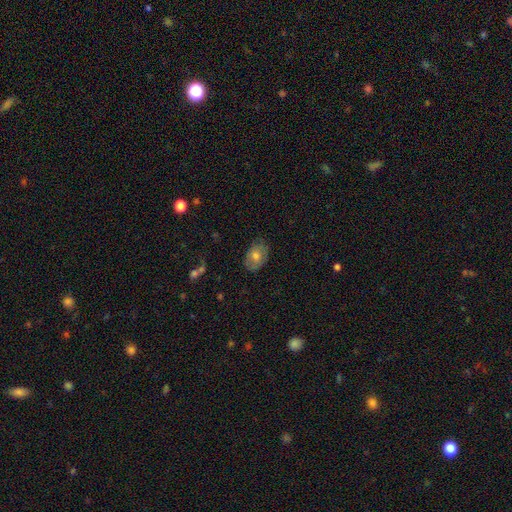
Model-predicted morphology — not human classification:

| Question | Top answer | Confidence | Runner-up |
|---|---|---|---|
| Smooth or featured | smooth | 62% | featured or disk (29%) |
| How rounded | in between | 80% | round (19%) |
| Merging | none | 79% | minor disturbance (16%) |